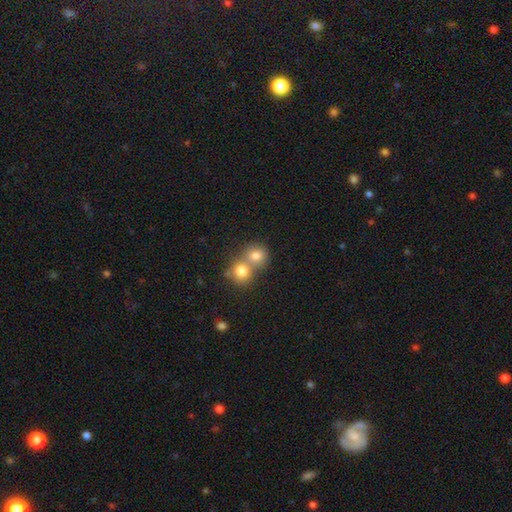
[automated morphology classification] The model was most divided on "merging": merger: 56%, none: 36%, minor disturbance: 6%, major disturbance: 2%. More confident: how rounded — round (80%); smooth or featured — smooth (78%).